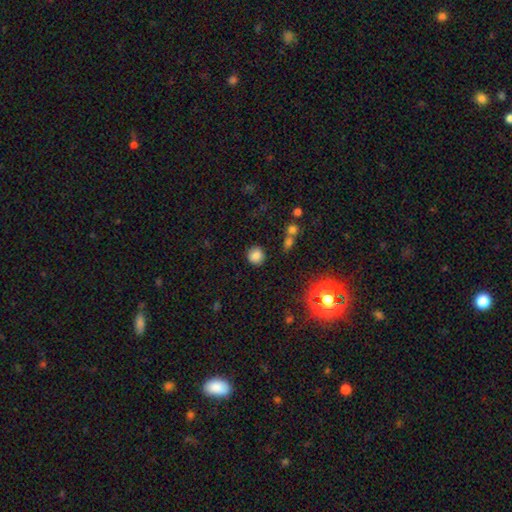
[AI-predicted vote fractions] The model was most divided on "smooth or featured": smooth: 82%, star or artifact: 12%, featured or disk: 6%. More confident: how rounded — round (88%); merging — none (86%).